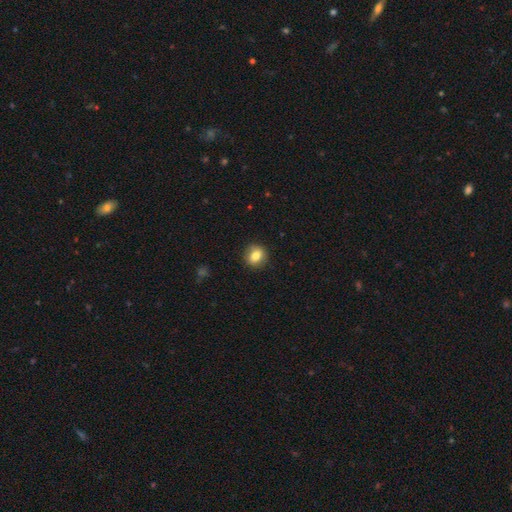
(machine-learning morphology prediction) type=smooth (79%); roundness=round (72%); merging=none (88%).